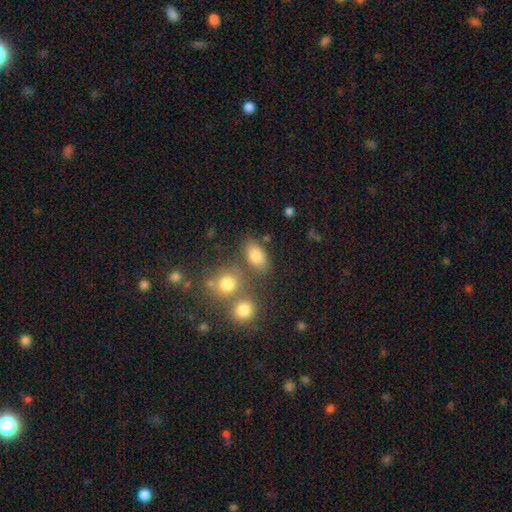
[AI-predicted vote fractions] Smooth or featured? Predicted: smooth (p=0.77). How rounded? Predicted: in between (p=0.82). Merging? Predicted: none (p=0.68).